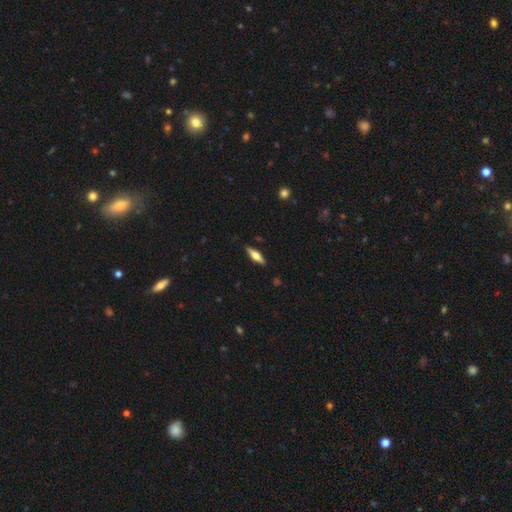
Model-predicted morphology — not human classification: Smooth or featured? Predicted: smooth (p=0.48). Merging? Predicted: none (p=0.89).